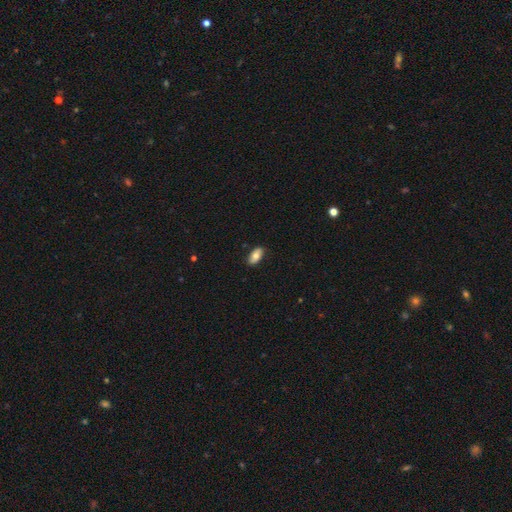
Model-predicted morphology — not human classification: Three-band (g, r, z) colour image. It shows a smooth galaxy with no disk features (75%) that is in between round and cigar-shaped (91%). Merging: none (85%).